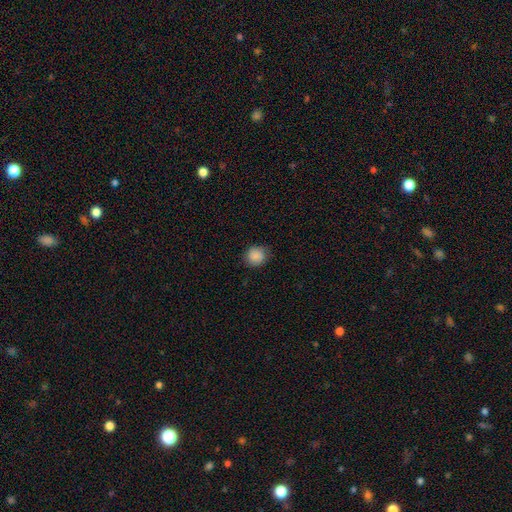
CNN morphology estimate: Smooth or featured? smooth (87%)
How rounded? round (82%)
Merging? none (81%)